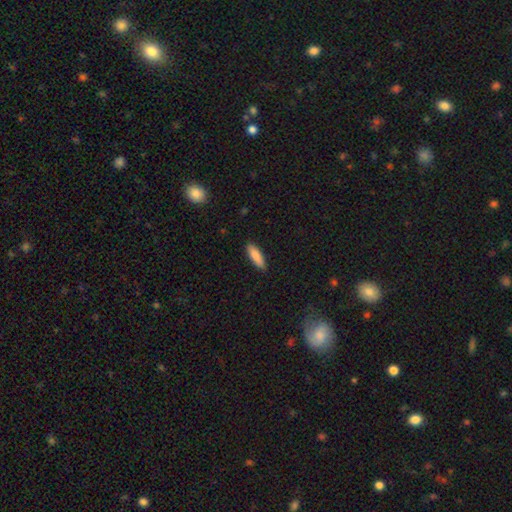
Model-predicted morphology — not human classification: Smooth or featured: smooth — 87% (featured or disk — 7%)
How rounded: in between — 51% (cigar-shaped — 48%)
Merging: none — 86% (minor disturbance — 11%)